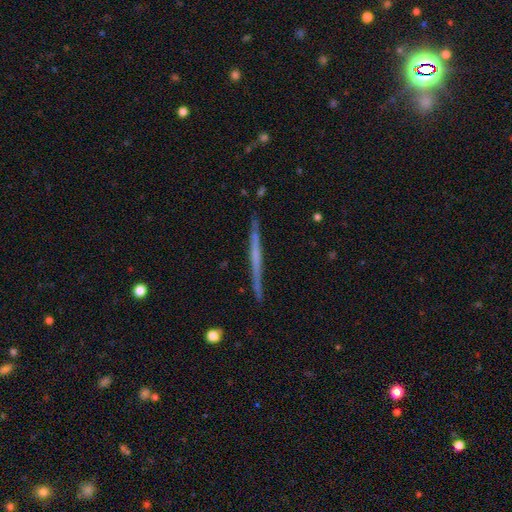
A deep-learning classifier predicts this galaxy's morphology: Q: Smooth or featured?
A: featured or disk (62%); runner-up: smooth (32%)
Q: Edge-on disk?
A: yes (98%); runner-up: no (2%)
Q: Edge-on bulge?
A: none (82%); runner-up: rounded (12%)
Q: Merging?
A: none (91%); runner-up: minor disturbance (7%)